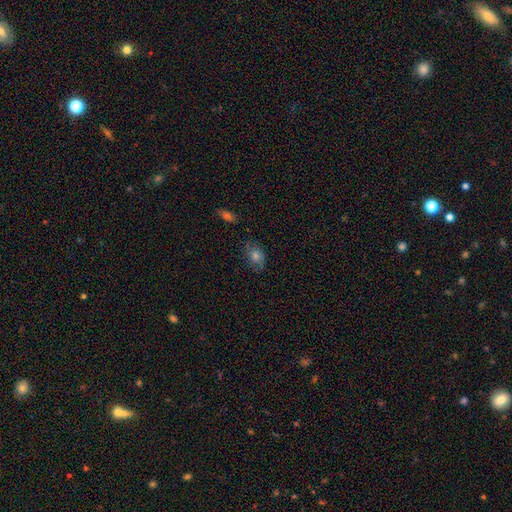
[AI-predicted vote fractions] Smooth or featured? Predicted: smooth (p=0.54). How rounded? Predicted: in between (p=0.73). Merging? Predicted: none (p=0.72).